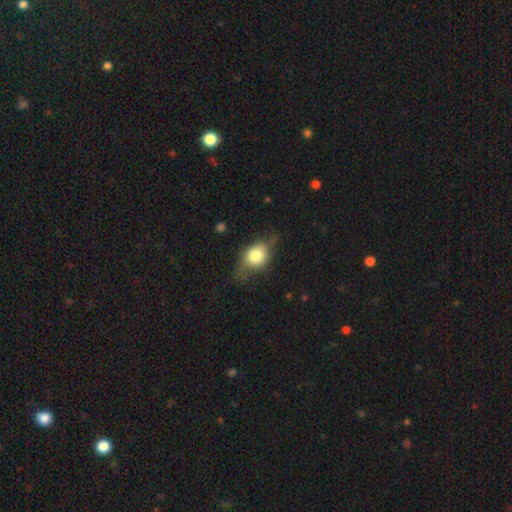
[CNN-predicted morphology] smooth-or-featured: smooth: 66% | featured or disk: 26% | star or artifact: 9%
  how-rounded: round: 50% | in between: 47% | cigar-shaped: 2%
  merging: none: 49% | minor disturbance: 33% | major disturbance: 16% | merger: 2%